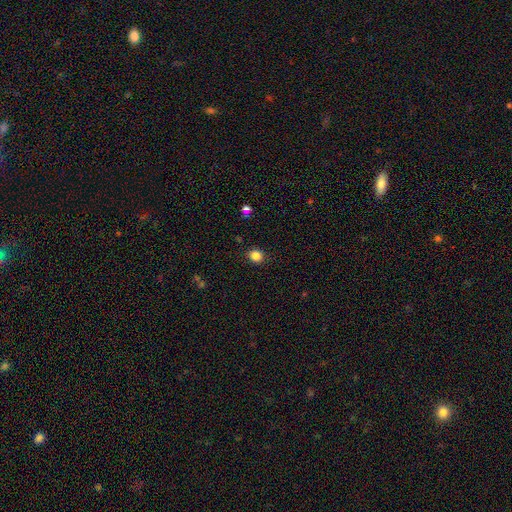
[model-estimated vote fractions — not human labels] Q: Smooth or featured?
A: smooth (85%); runner-up: star or artifact (12%)
Q: How rounded?
A: round (82%); runner-up: in between (17%)
Q: Merging?
A: none (89%); runner-up: minor disturbance (8%)